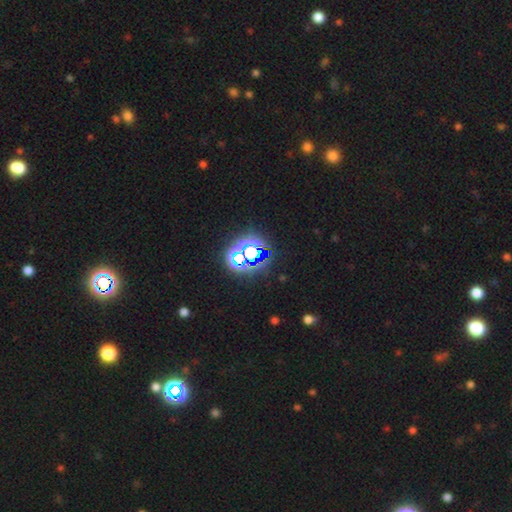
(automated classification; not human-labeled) Overall: star or artifact (73%).